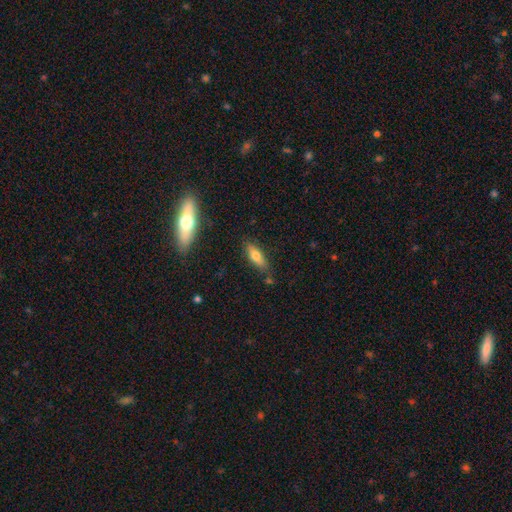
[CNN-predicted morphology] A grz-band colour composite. It shows a smooth galaxy with no disk features (67%) that is in between round and cigar-shaped (56%). Merging: none (77%).